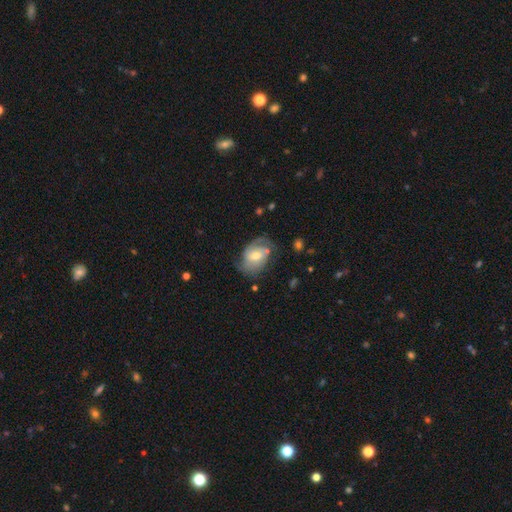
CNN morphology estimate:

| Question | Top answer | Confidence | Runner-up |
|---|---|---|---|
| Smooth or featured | featured or disk | 66% | smooth (27%) |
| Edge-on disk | no | 96% | yes (4%) |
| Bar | weak | 49% | no (37%) |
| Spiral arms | yes | 86% | no (14%) |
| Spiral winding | medium | 43% | tight (36%) |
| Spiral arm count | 2 | 63% | can't tell (20%) |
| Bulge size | moderate | 59% | small (33%) |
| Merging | none | 59% | minor disturbance (25%) |